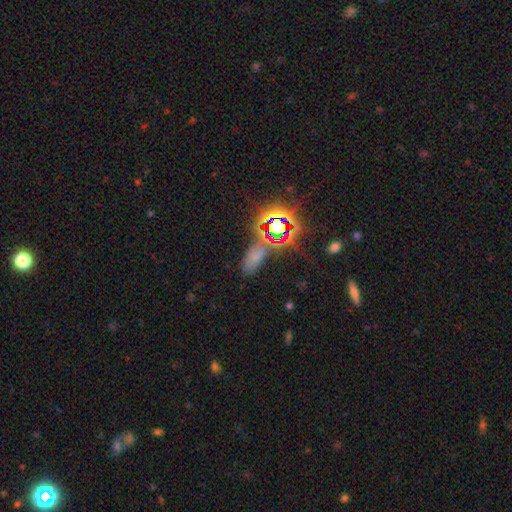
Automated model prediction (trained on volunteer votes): smooth_or_featured: smooth (p=0.45) [tied with: star or artifact p=0.45]
merging: none (p=0.61) [alt: minor disturbance p=0.19]